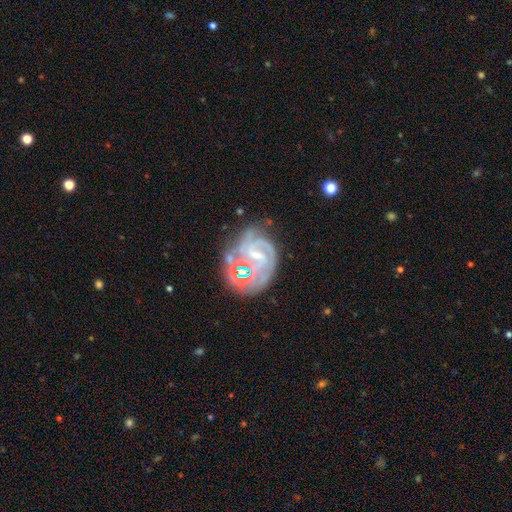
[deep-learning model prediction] Smooth or featured? featured or disk (81%)
Edge-on disk? no (97%)
Bar? weak (49%)
Spiral arms? yes (92%)
Spiral winding? tight (54%)
Spiral arm count? 2 (32%)
Bulge size? small (58%)
Merging? none (49%)